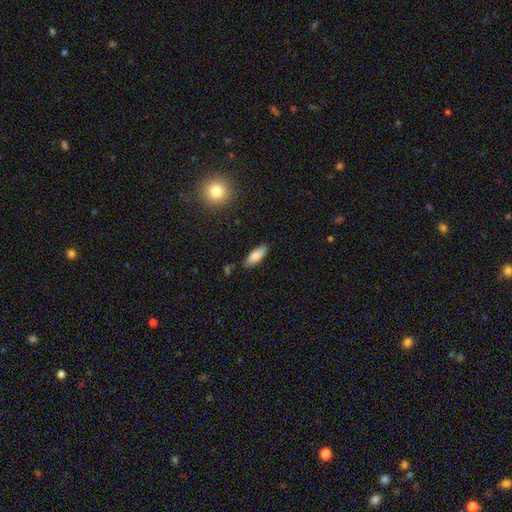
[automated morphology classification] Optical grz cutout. It shows a smooth galaxy with no disk features (82%) that is in between round and cigar-shaped (69%). Merging: none (83%).